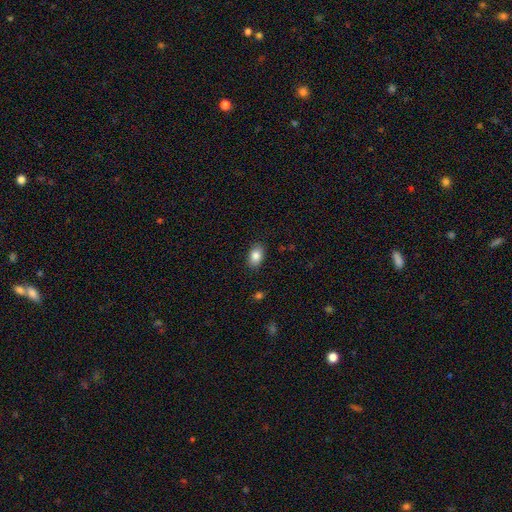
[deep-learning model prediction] A smooth galaxy with no disk features (86%) that is in between round and cigar-shaped (87%).

Vote fractions:
- Smooth or featured? smooth: 86% / star or artifact: 8% / featured or disk: 6%
- How rounded? in between: 87% / round: 12% / cigar-shaped: 1%
- Merging? none: 87% / minor disturbance: 9% / major disturbance: 2% / merger: 1%